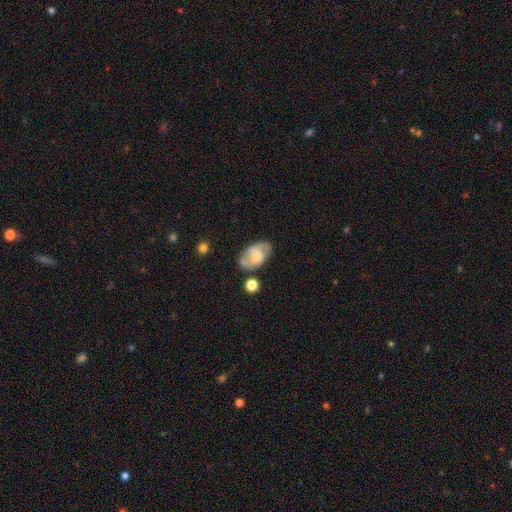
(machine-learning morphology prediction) A smooth galaxy with no disk features (50%) that is in between round and cigar-shaped (88%). Merging: none (56%).